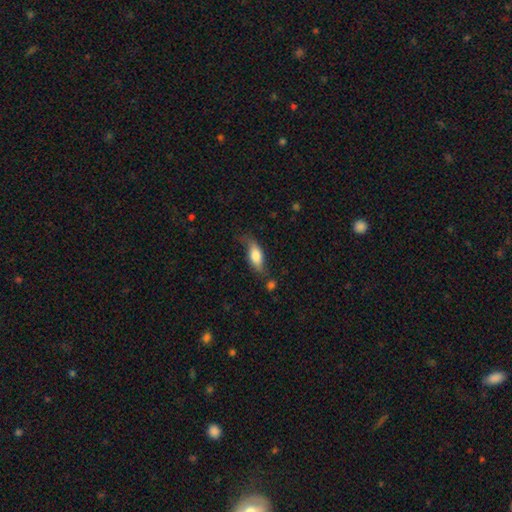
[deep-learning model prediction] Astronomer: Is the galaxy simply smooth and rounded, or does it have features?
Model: smooth — 66%.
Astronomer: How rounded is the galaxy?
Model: in between — 75%.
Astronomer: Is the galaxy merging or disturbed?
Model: none — 53% (runner-up: minor disturbance, 30%).